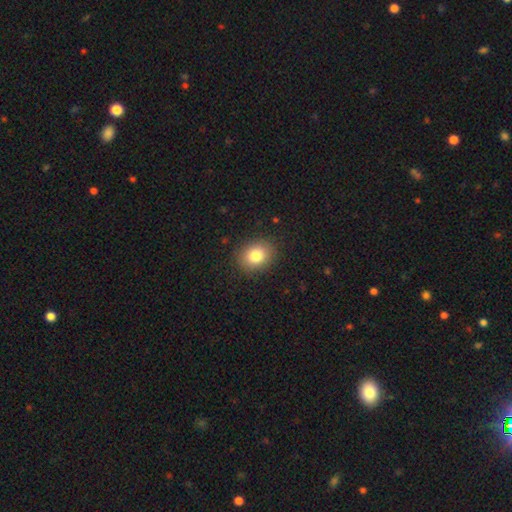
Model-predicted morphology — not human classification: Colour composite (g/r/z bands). It shows a smooth galaxy with no disk features (82%) that is round (52%). Merging: none (88%).